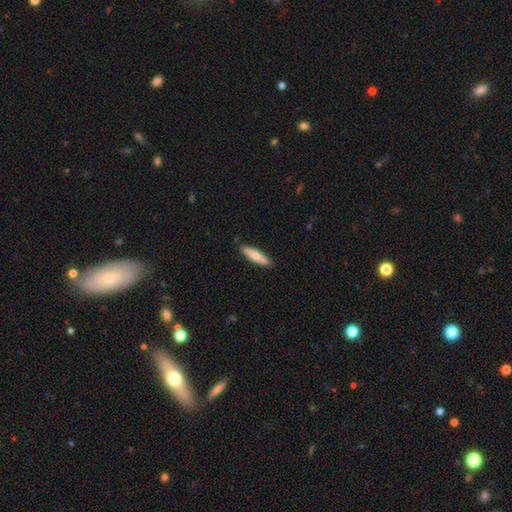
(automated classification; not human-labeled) Smooth or featured? Predicted: smooth (p=0.65). How rounded? Predicted: cigar-shaped (p=0.74). Merging? Predicted: none (p=0.88).